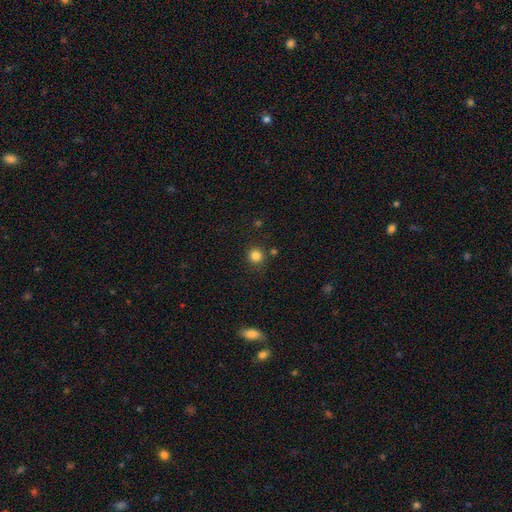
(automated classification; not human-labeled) smooth_or_featured: smooth (p=0.83) [alt: star or artifact p=0.12]
how_rounded: round (p=0.93) [alt: in between p=0.06]
merging: none (p=0.85) [alt: minor disturbance p=0.08]